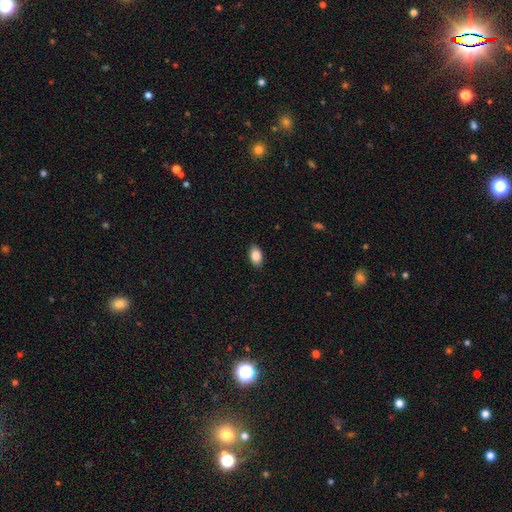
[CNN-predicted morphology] smooth_or_featured: smooth (p=0.86) [alt: star or artifact p=0.08]
how_rounded: in between (p=0.90) [alt: round p=0.08]
merging: none (p=0.88) [alt: minor disturbance p=0.09]